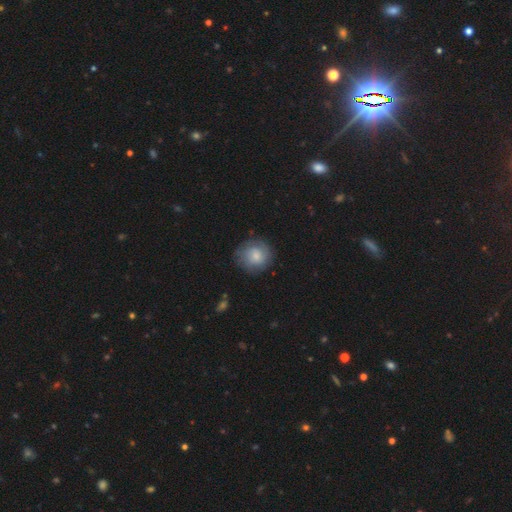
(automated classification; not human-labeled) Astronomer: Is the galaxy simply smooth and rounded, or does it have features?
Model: smooth — 62%.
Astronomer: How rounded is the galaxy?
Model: round — 90%.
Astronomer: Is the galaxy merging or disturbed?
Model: none — 77%.